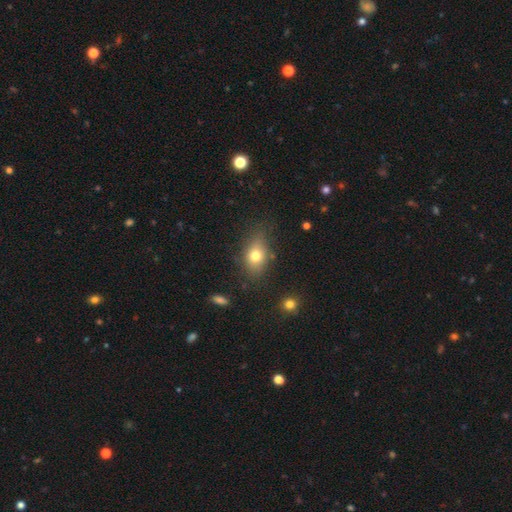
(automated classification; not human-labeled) smooth_or_featured: smooth (p=0.74) [alt: featured or disk p=0.15]
how_rounded: in between (p=0.74) [alt: round p=0.23]
merging: none (p=0.70) [alt: minor disturbance p=0.21]